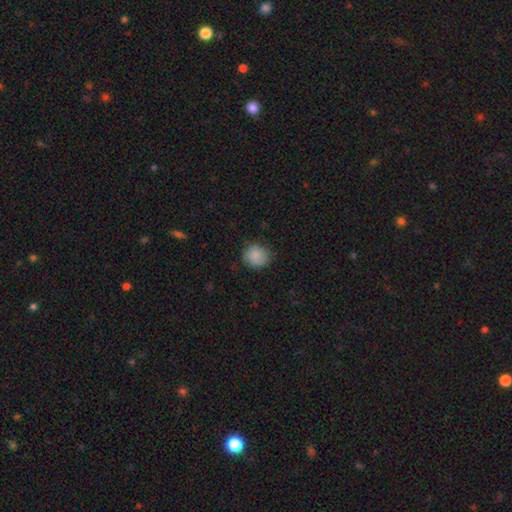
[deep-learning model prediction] A smooth galaxy with no disk features (87%) that is round (84%).

Vote fractions:
- Smooth or featured? smooth: 87% / star or artifact: 7% / featured or disk: 6%
- How rounded? round: 84% / in between: 15% / cigar-shaped: 1%
- Merging? none: 82% / minor disturbance: 14% / major disturbance: 3% / merger: 1%